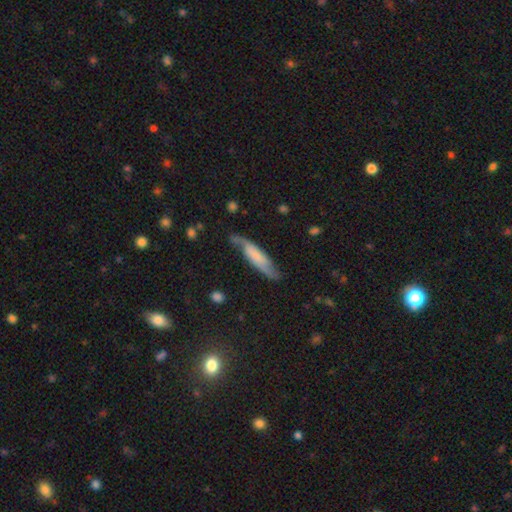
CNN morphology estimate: A featured or disk galaxy (51%). Merging: none (67%).